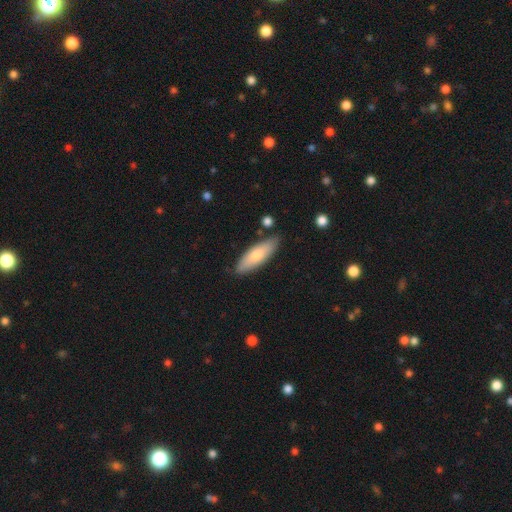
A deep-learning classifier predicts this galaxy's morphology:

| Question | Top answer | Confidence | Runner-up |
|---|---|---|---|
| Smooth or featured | smooth | 70% | featured or disk (24%) |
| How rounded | in between | 52% | cigar-shaped (46%) |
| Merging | none | 84% | minor disturbance (12%) |